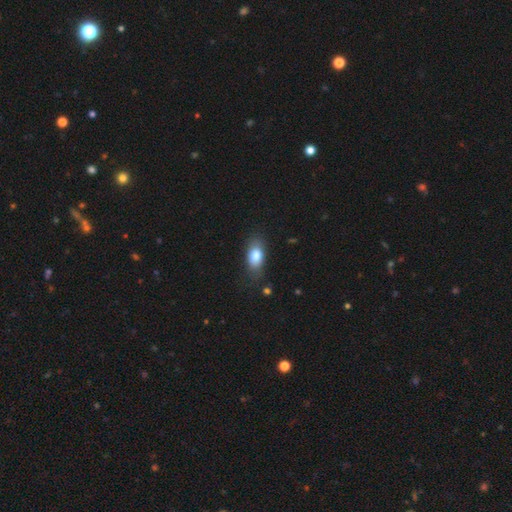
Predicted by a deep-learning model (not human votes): Smooth or featured? smooth (81%)
How rounded? in between (87%)
Merging? none (77%)